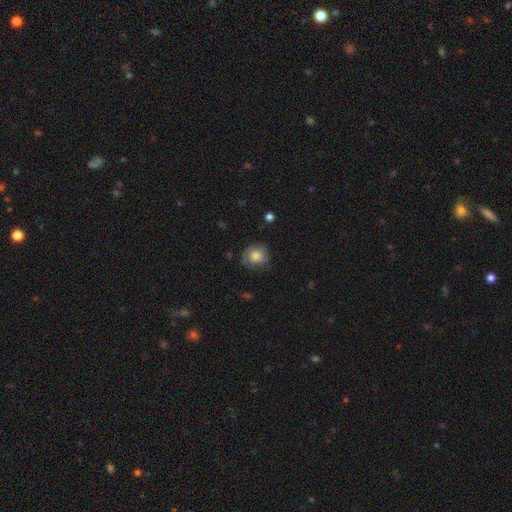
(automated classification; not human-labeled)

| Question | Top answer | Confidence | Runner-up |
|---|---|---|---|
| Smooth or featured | smooth | 78% | featured or disk (14%) |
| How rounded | round | 81% | in between (18%) |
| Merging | none | 70% | minor disturbance (22%) |